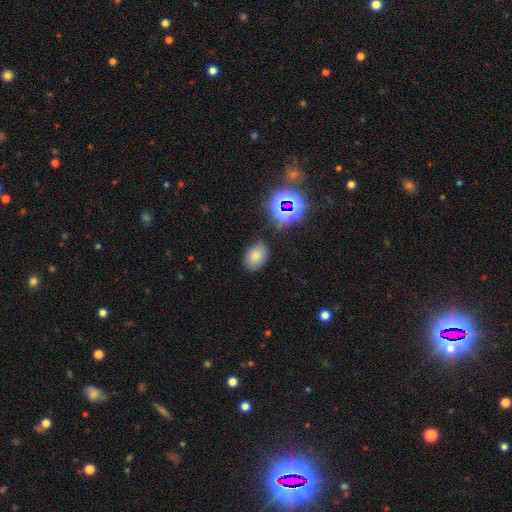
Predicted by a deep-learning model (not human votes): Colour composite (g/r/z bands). It shows a smooth galaxy with no disk features (74%) that is in between round and cigar-shaped (82%). Merging: none (81%).